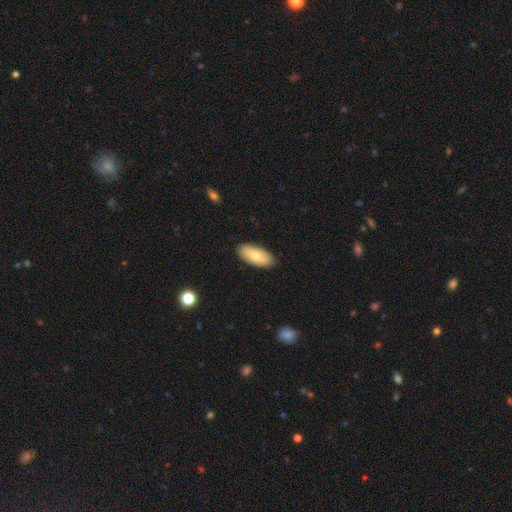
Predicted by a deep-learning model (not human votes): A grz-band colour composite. It shows a smooth galaxy with no disk features (74%) that is in between round and cigar-shaped (90%). Merging: none (89%).